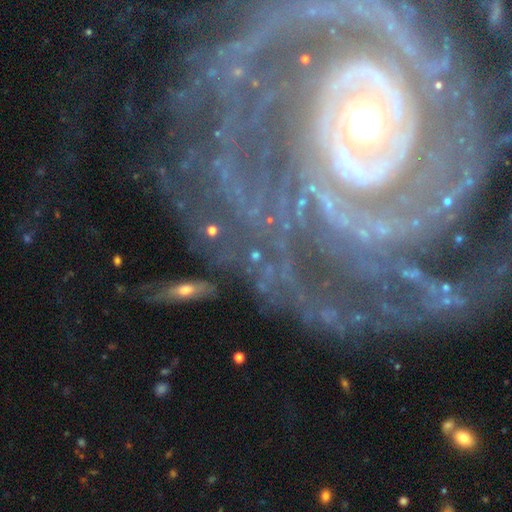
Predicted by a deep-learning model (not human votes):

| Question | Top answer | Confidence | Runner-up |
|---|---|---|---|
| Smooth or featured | featured or disk | 84% | star or artifact (9%) |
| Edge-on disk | no | 94% | yes (6%) |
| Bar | no | 48% | strong (27%) |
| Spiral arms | yes | 91% | no (9%) |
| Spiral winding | tight | 76% | medium (18%) |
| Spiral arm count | can't tell | 28% | more than 4 (17%) |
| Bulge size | moderate | 50% | small (34%) |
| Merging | none | 72% | minor disturbance (15%) |